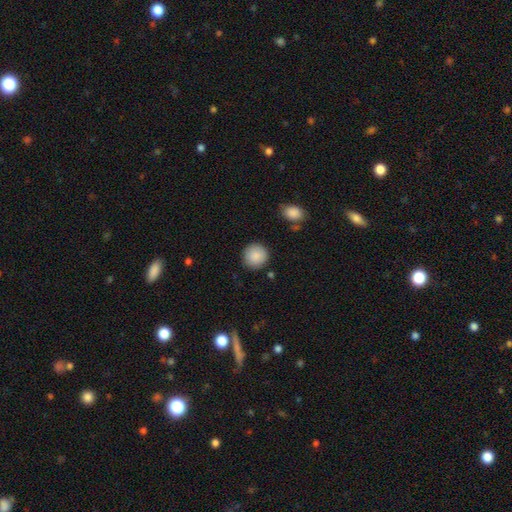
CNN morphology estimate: A smooth galaxy with no disk features (89%) that is round (93%). Merging: none (89%).